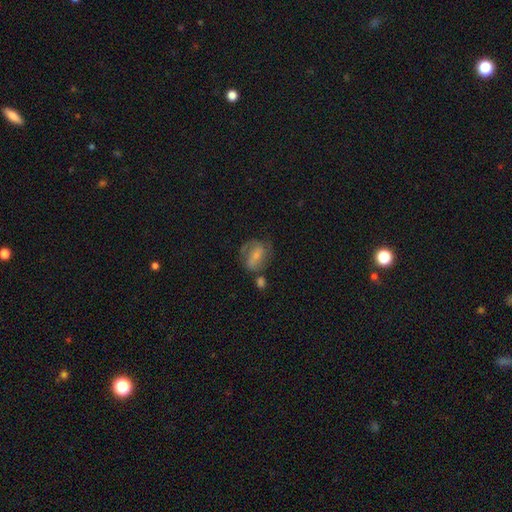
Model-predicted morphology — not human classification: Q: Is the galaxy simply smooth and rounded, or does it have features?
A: featured or disk — 52%.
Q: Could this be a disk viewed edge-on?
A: no — 96%.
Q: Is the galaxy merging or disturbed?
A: none — 48%.